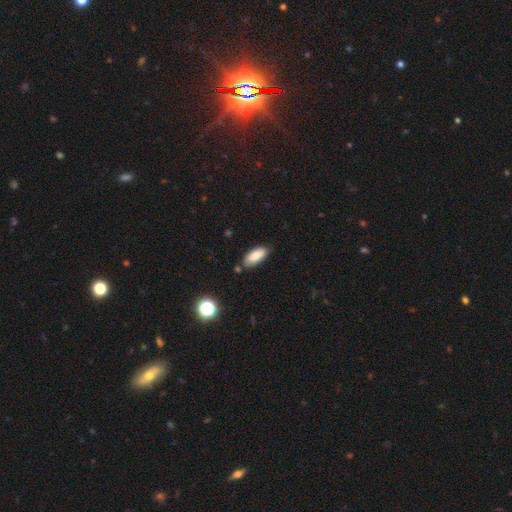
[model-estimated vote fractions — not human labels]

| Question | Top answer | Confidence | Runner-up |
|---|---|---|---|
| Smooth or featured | smooth | 85% | featured or disk (8%) |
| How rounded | in between | 83% | cigar-shaped (15%) |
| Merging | none | 77% | minor disturbance (16%) |